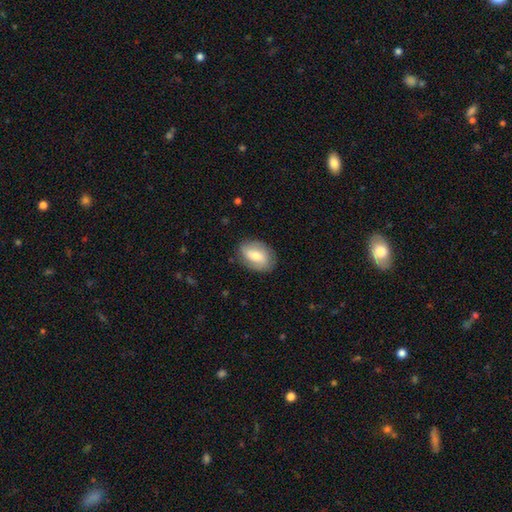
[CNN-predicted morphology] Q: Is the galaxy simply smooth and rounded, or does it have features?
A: smooth — 55%.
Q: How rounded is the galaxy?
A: in between — 81%.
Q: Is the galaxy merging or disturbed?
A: none — 81%.